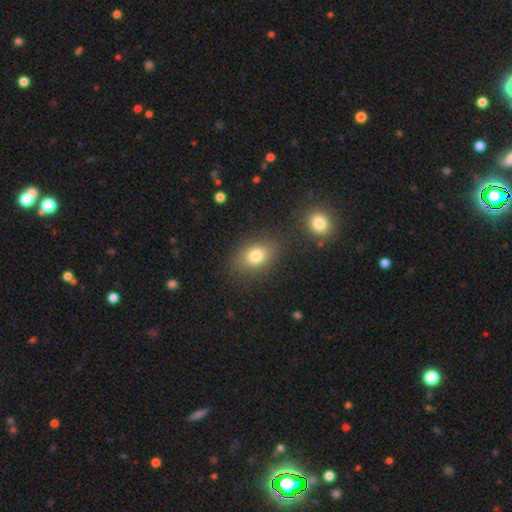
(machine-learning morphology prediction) Smooth or featured? Predicted: smooth (p=0.78). How rounded? Predicted: in between (p=0.70). Merging? Predicted: none (p=0.81).